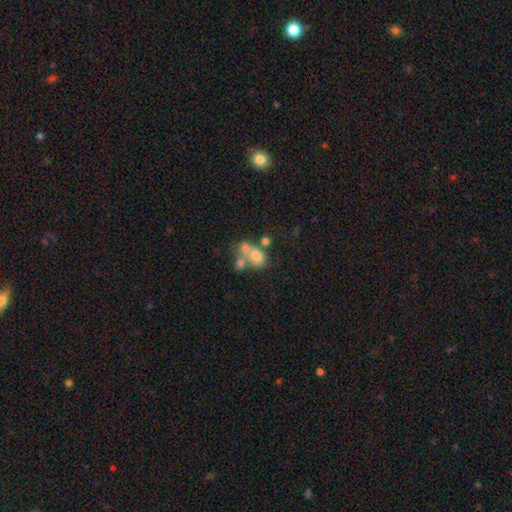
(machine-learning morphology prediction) smooth-or-featured: smooth: 61% | featured or disk: 27% | star or artifact: 12%
  how-rounded: in between: 55% | round: 43% | cigar-shaped: 1%
  merging: merger: 59% | none: 24% | minor disturbance: 9% | major disturbance: 8%